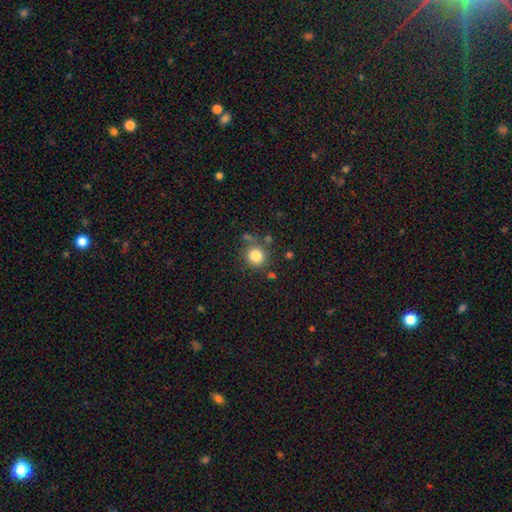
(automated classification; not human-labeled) Q: Smooth or featured?
A: smooth (83%); runner-up: star or artifact (11%)
Q: How rounded?
A: round (90%); runner-up: in between (9%)
Q: Merging?
A: none (77%); runner-up: minor disturbance (12%)